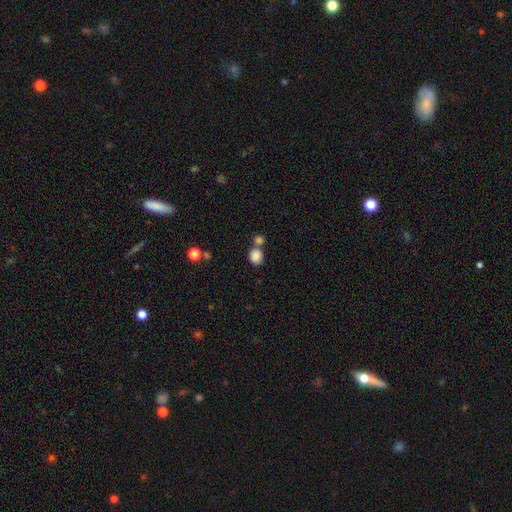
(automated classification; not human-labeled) A smooth galaxy with no disk features (85%) that is round (73%). Merging: none (52%).